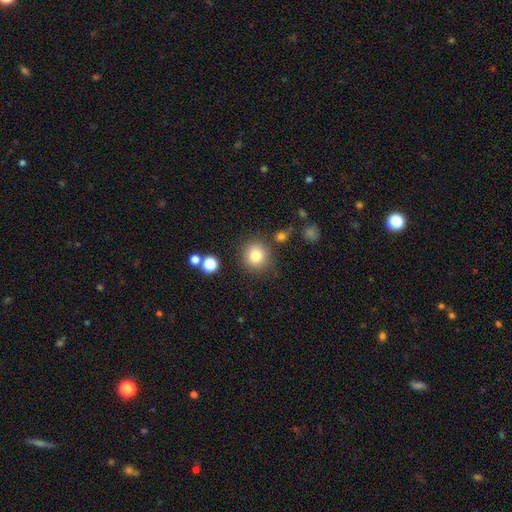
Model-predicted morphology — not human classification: This is clearly a smooth galaxy (81%). How rounded: clearly round (91%). Merging: clearly none (83%).